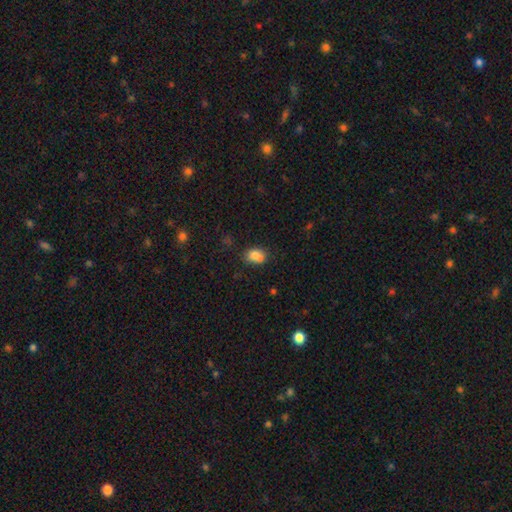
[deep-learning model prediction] This appears to be a smooth galaxy with no disk features (77%) that is in between round and cigar-shaped (62%). Merging: none (47%).